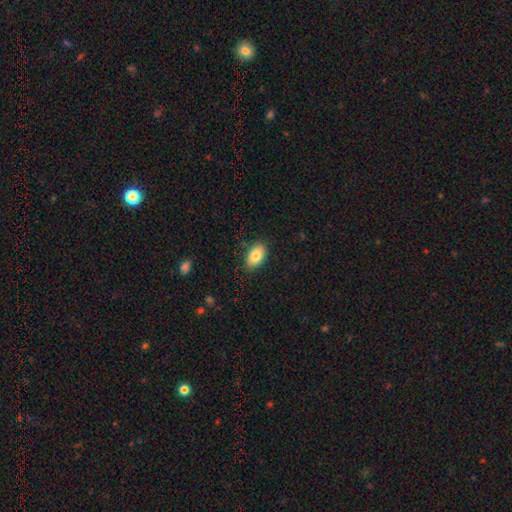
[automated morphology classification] Smooth or featured? Predicted: smooth (p=0.81). How rounded? Predicted: in between (p=0.91). Merging? Predicted: none (p=0.86).